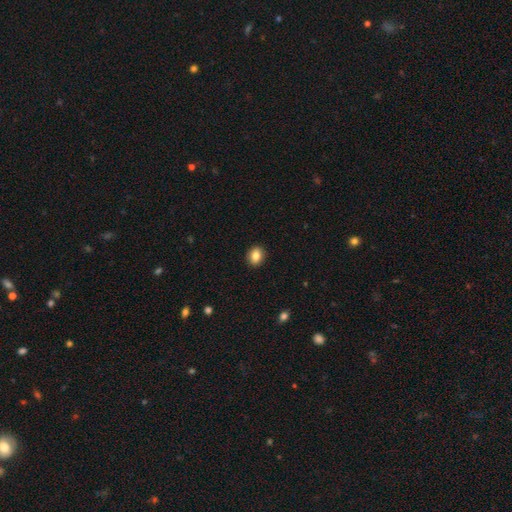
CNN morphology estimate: Smooth or featured? smooth (85%)
How rounded? in between (51%)
Merging? none (91%)